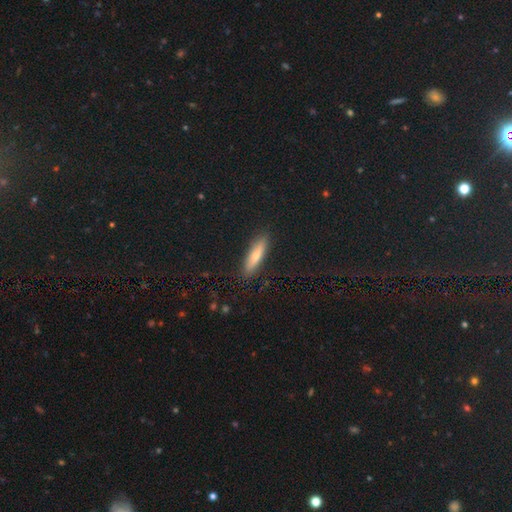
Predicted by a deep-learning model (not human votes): smooth-or-featured: smooth: 62% | featured or disk: 29% | star or artifact: 9%
  how-rounded: cigar-shaped: 75% | in between: 23% | round: 2%
  merging: none: 90% | minor disturbance: 8% | major disturbance: 2% | merger: 1%